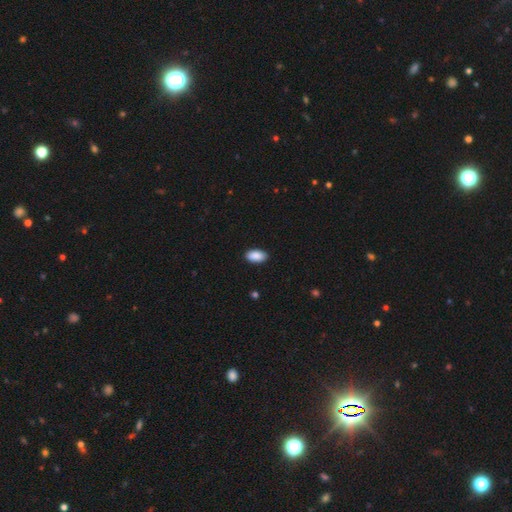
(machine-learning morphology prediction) smooth 91%, star or artifact 7%, featured or disk 3%. Down the decision tree: how rounded — in between (95%); merging — none (89%).